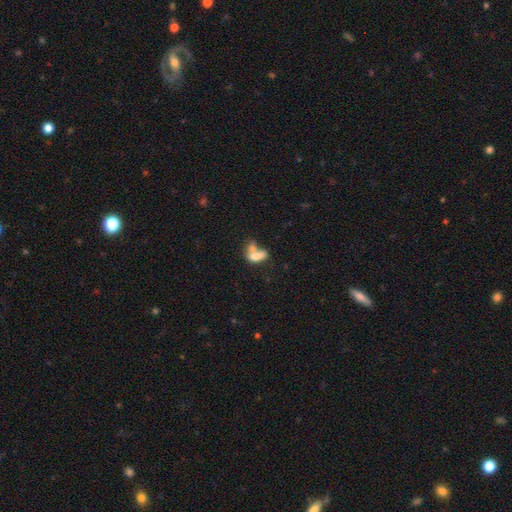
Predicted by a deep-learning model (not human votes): The model was most divided on "merging": merger: 58%, none: 20%, major disturbance: 12%, minor disturbance: 10%. More confident: how rounded — in between (78%); smooth or featured — smooth (66%).